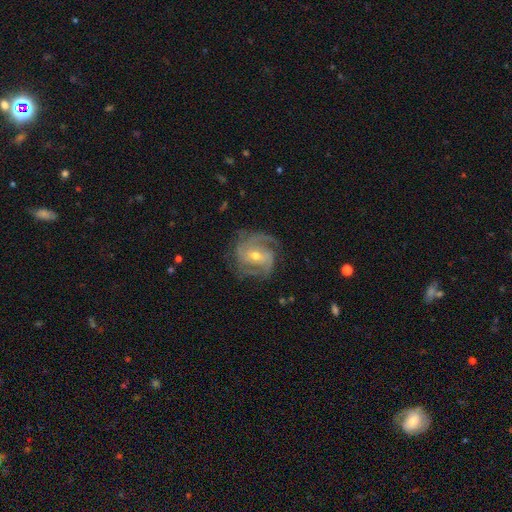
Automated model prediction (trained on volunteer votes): Overall: featured or disk (89%). Edge-on disk: no (98%). Bar: no (43%; weak 39%). Spiral arms: yes (97%). Spiral arm count: 3 (43%; 2 25%). Spiral winding: tight (46%; medium 44%). Bulge size: moderate (49%; small 47%). Merging: none (75%).